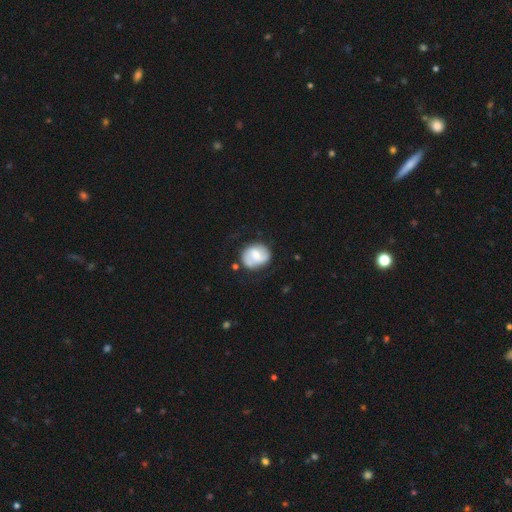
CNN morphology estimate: type=smooth (51%); roundness=round (62%); merging=none (69%).